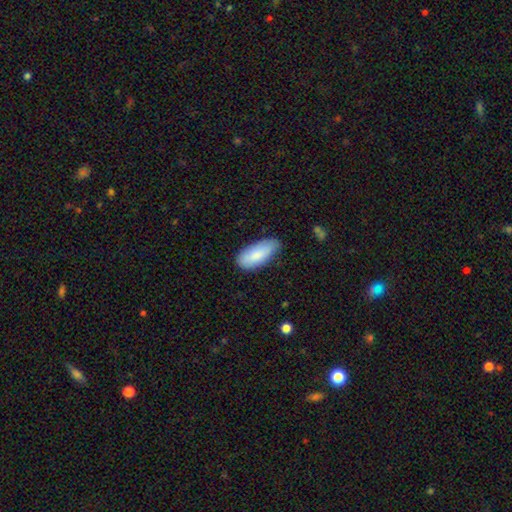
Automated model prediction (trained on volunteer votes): A smooth galaxy with no disk features (84%) that is in between round and cigar-shaped (86%). Merging: none (74%).